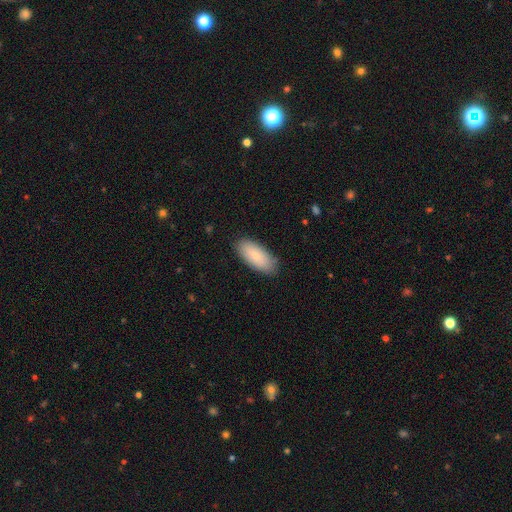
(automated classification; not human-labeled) Q: Smooth or featured?
A: smooth (81%); runner-up: featured or disk (13%)
Q: How rounded?
A: in between (88%); runner-up: cigar-shaped (10%)
Q: Merging?
A: none (86%); runner-up: minor disturbance (11%)